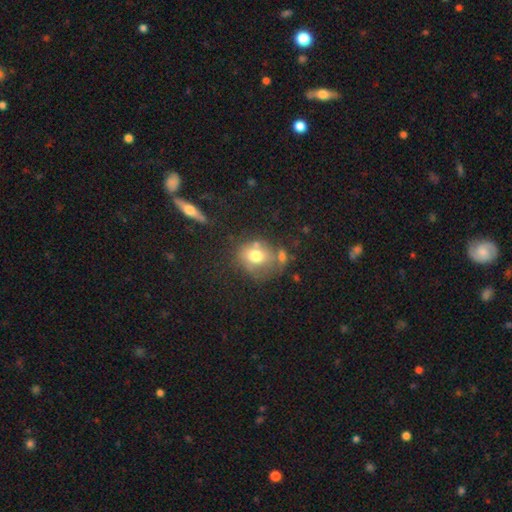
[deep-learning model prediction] Overall: smooth (70%). How rounded: round (64%; in between 35%). Merging: none (48%; minor disturbance 20%).